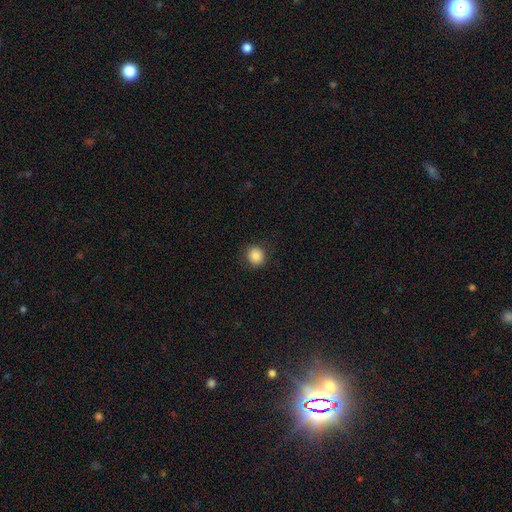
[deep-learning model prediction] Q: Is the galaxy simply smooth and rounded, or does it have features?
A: smooth — 87%.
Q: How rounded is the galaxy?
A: round — 85%.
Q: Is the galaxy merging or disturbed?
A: none — 89%.